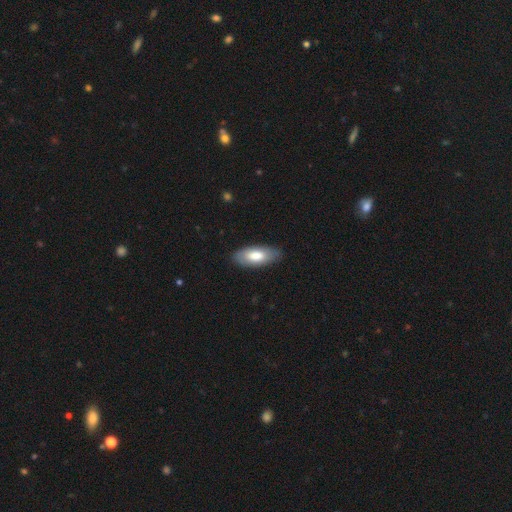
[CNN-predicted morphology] This is likely a smooth galaxy (74%). How rounded: clearly in between (86%). Merging: clearly none (84%).